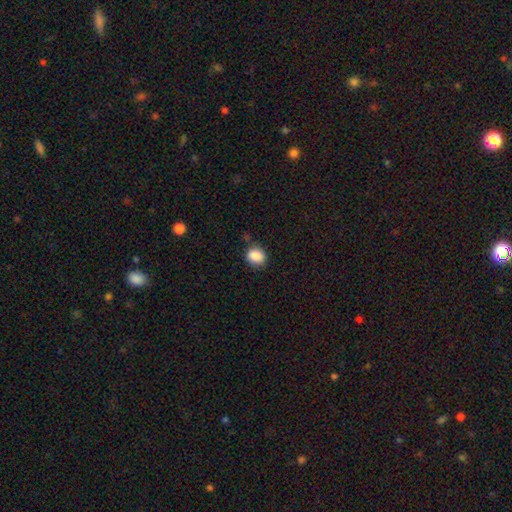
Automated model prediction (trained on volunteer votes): smooth-or-featured: smooth: 87% | star or artifact: 9% | featured or disk: 4%
  how-rounded: round: 57% | in between: 42% | cigar-shaped: 1%
  merging: none: 79% | minor disturbance: 15% | major disturbance: 3% | merger: 3%